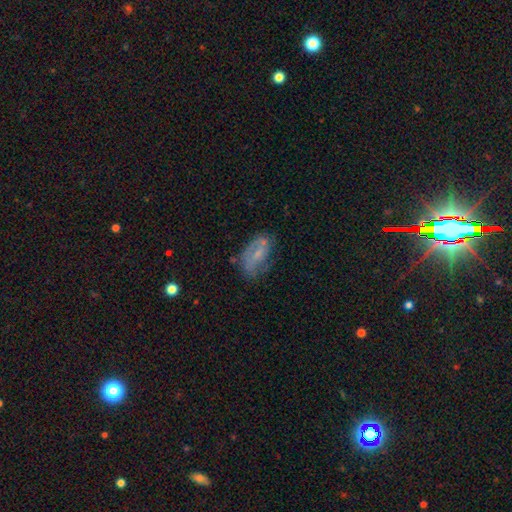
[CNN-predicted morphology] Smooth or featured: featured or disk — 55% (smooth — 37%)
Edge-on disk: no — 94% (yes — 6%)
Bar: no — 46% (weak — 40%)
Spiral arms: yes — 65% (no — 35%)
Bulge size: small — 50% (none — 24%)
Merging: none — 52% (minor disturbance — 27%)